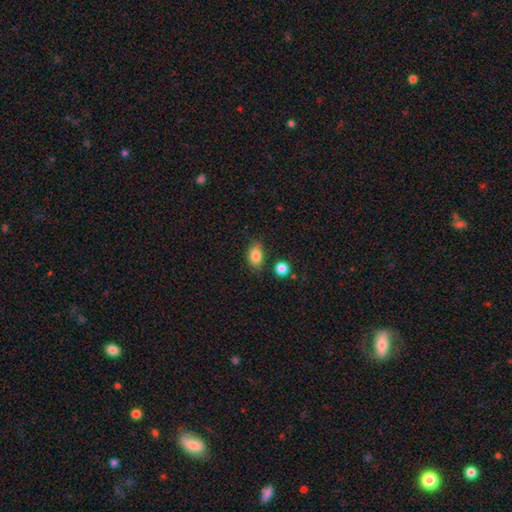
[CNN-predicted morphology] The model was most divided on "merging": none: 78%, minor disturbance: 14%, merger: 4%, major disturbance: 3%. More confident: smooth or featured — smooth (85%); how rounded — in between (83%).